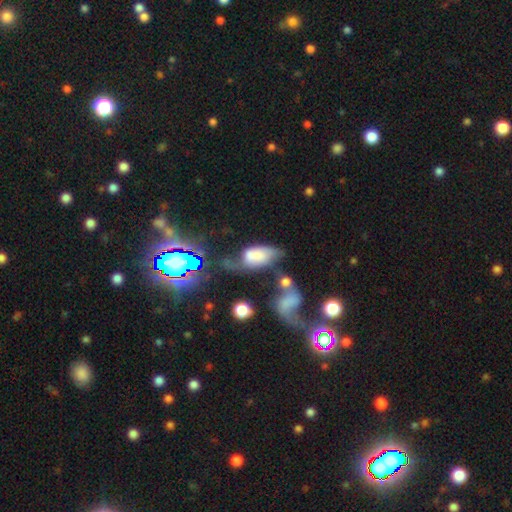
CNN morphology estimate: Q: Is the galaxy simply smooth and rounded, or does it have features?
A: smooth — 54%.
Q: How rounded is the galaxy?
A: in between — 91%.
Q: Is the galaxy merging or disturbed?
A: major disturbance — 35%.